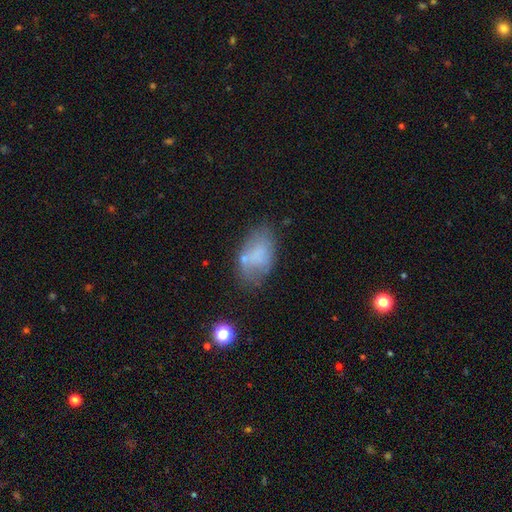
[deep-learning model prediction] A smooth galaxy with no disk features (60%) that is in between round and cigar-shaped (91%).

Vote fractions:
- Smooth or featured? smooth: 60% / featured or disk: 29% / star or artifact: 11%
- How rounded? in between: 91% / round: 7% / cigar-shaped: 2%
- Merging? none: 51% / minor disturbance: 26% / major disturbance: 13% / merger: 10%